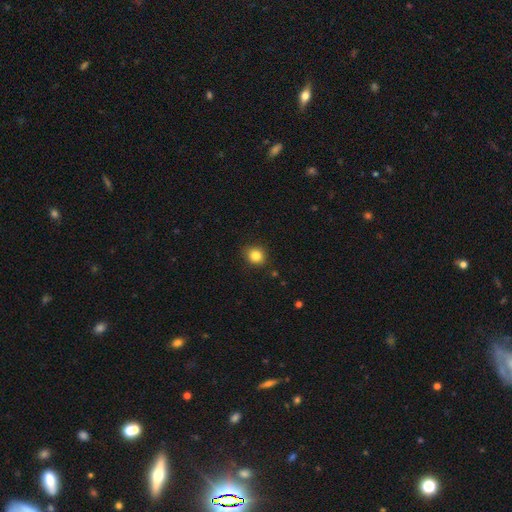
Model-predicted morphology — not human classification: Smooth or featured: smooth — 83% (star or artifact — 11%)
How rounded: round — 80% (in between — 19%)
Merging: none — 88% (minor disturbance — 8%)